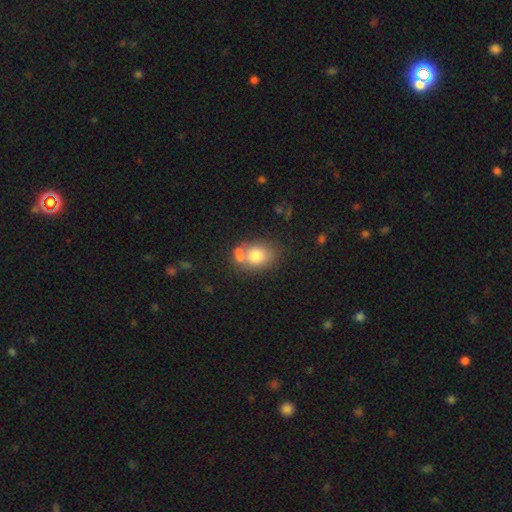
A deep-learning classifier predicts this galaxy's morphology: type=smooth (76%); roundness=in between (53%); merging=none (48%).